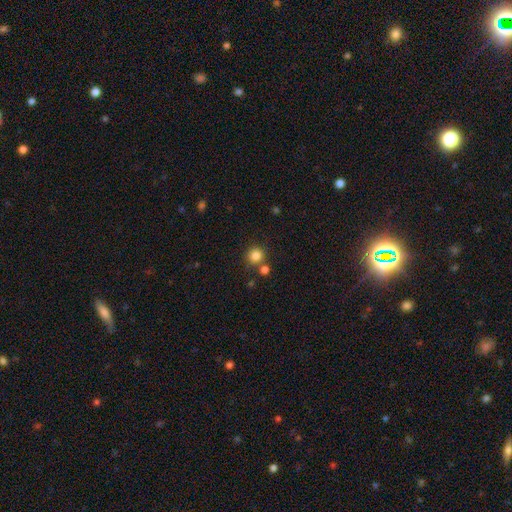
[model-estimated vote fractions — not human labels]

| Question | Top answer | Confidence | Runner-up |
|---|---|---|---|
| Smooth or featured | smooth | 83% | star or artifact (12%) |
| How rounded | round | 93% | in between (6%) |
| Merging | none | 77% | merger (12%) |